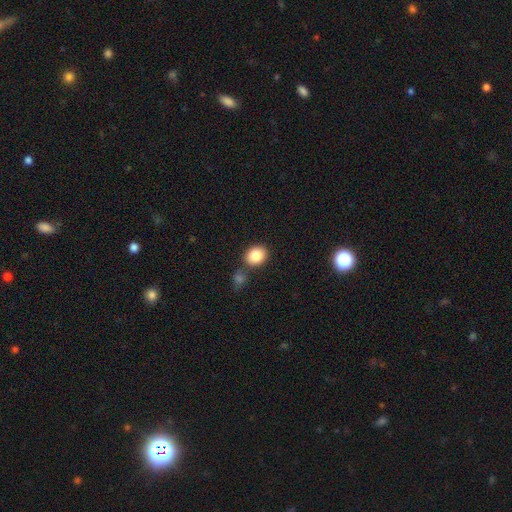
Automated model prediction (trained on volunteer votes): Q: Smooth or featured?
A: smooth (85%); runner-up: star or artifact (9%)
Q: How rounded?
A: round (60%); runner-up: in between (39%)
Q: Merging?
A: none (68%); runner-up: merger (18%)